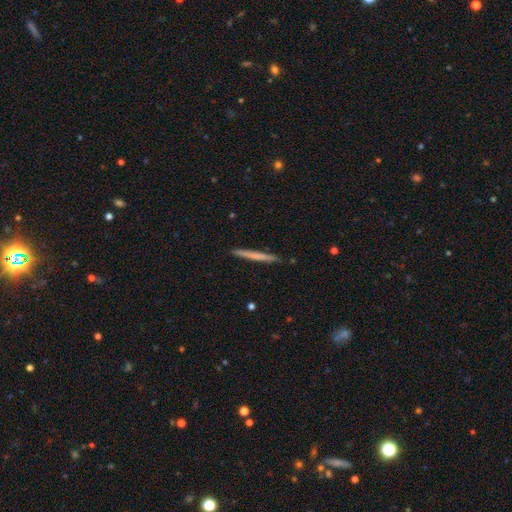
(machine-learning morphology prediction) smooth_or_featured: smooth (p=0.60) [alt: featured or disk p=0.35]
how_rounded: cigar-shaped (p=0.97) [alt: in between p=0.02]
merging: none (p=0.91) [alt: minor disturbance p=0.07]